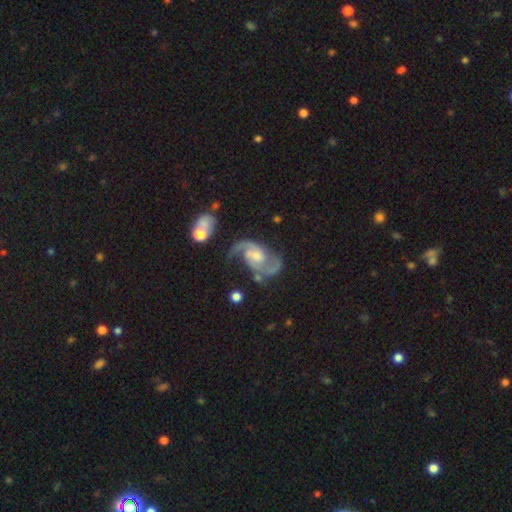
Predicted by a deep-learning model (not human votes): The model was most divided on "bar": no: 46%, weak: 44%, strong: 10%. Remaining: edge-on disk — no (98%); spiral arms — yes (97%); spiral arm count — 2 (90%); smooth or featured — featured or disk (89%); merging — none (58%); spiral winding — medium (51%); bulge size — moderate (48%).